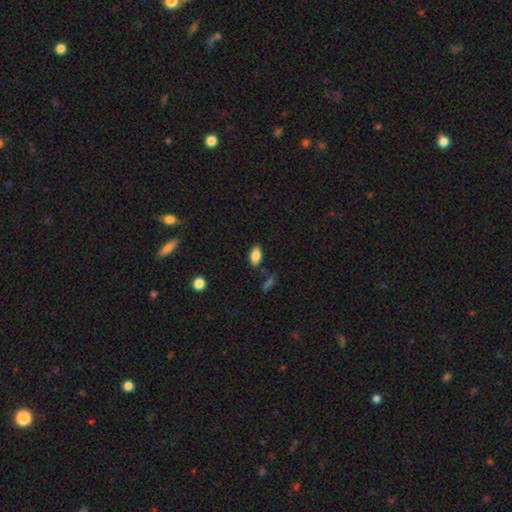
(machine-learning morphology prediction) smooth 85%, star or artifact 8%, featured or disk 7%. Down the decision tree: how rounded — in between (91%); merging — none (81%).